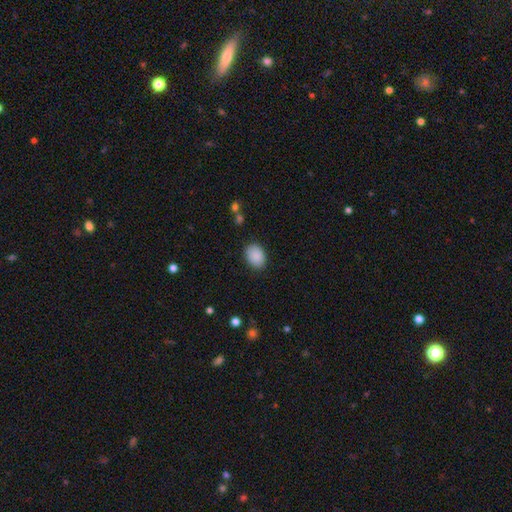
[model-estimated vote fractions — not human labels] smooth-or-featured: smooth: 89% | star or artifact: 7% | featured or disk: 4%
  how-rounded: in between: 72% | round: 27% | cigar-shaped: 1%
  merging: none: 86% | minor disturbance: 10% | major disturbance: 3% | merger: 1%